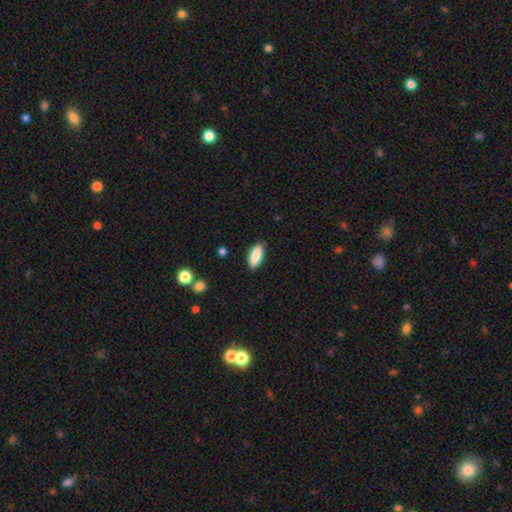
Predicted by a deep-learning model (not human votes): Overall: smooth (86%). How rounded: in between (75%). Merging: none (87%).